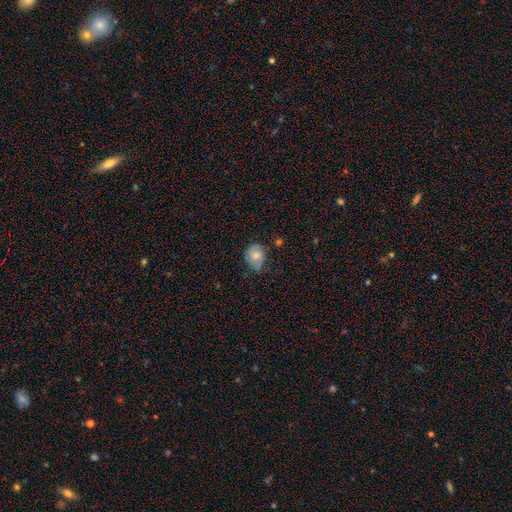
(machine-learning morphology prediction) Overall: smooth (72%). How rounded: round (56%; in between 43%). Merging: none (49%; minor disturbance 37%).